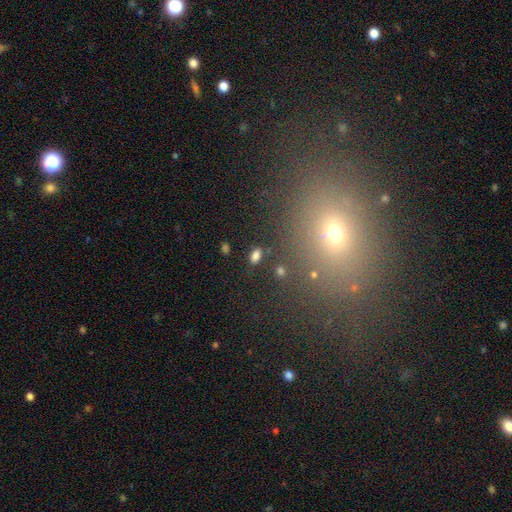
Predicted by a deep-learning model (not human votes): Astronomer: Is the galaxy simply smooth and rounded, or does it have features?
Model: smooth — 80%.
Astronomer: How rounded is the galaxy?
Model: in between — 89%.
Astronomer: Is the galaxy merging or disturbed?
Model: none — 84%.